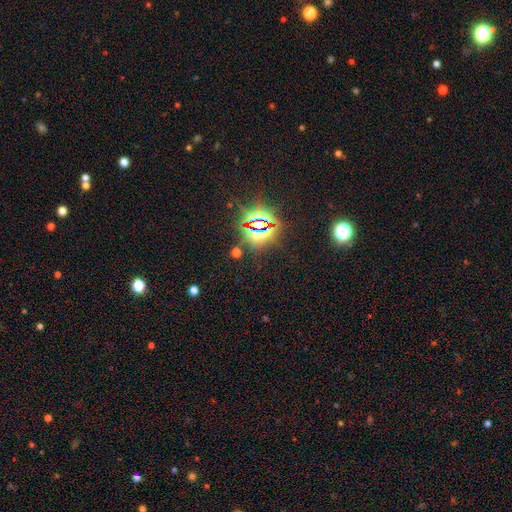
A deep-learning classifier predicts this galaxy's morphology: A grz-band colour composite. It shows a star or artifact, not a galaxy (81%).